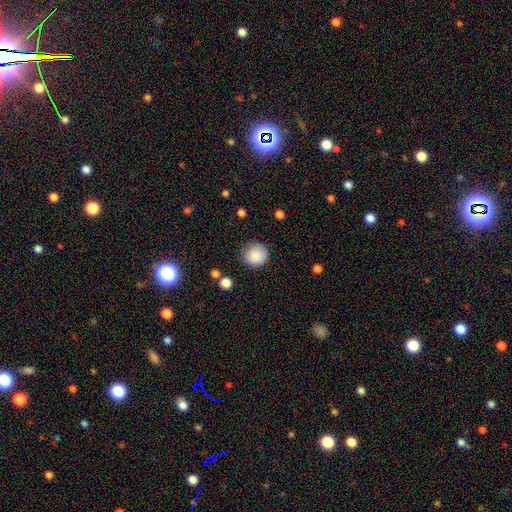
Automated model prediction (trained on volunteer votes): A smooth galaxy with no disk features (86%) that is round (93%). Merging: none (83%).